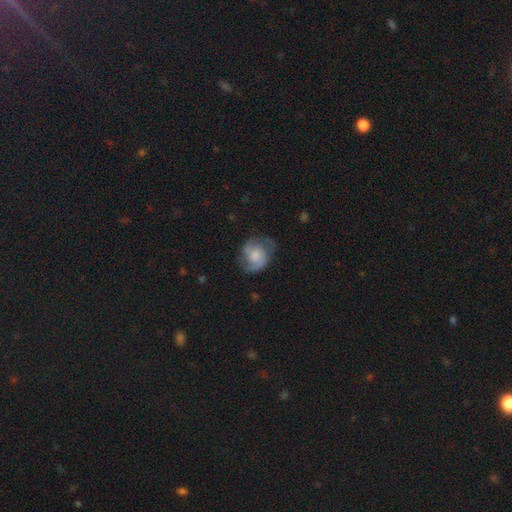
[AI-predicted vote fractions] smooth-or-featured: featured or disk: 56% | smooth: 37% | star or artifact: 7%
  disk-edge-on: no: 97% | yes: 3%
    bar: no: 70% | weak: 26% | strong: 4%
    has-spiral-arms: yes: 82% | no: 18%
    bulge-size: moderate: 34% | small: 25% | none: 20% | large: 19% | dominant: 2%
  merging: none: 59% | minor disturbance: 25% | major disturbance: 15% | merger: 2%